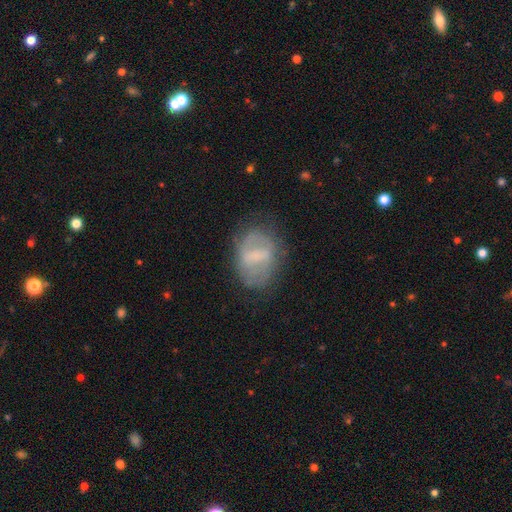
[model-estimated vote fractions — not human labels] Smooth or featured? featured or disk (56%)
Edge-on disk? no (96%)
Bar? weak (43%)
Spiral arms? no (54%)
Bulge size? none (39%)
Merging? none (65%)